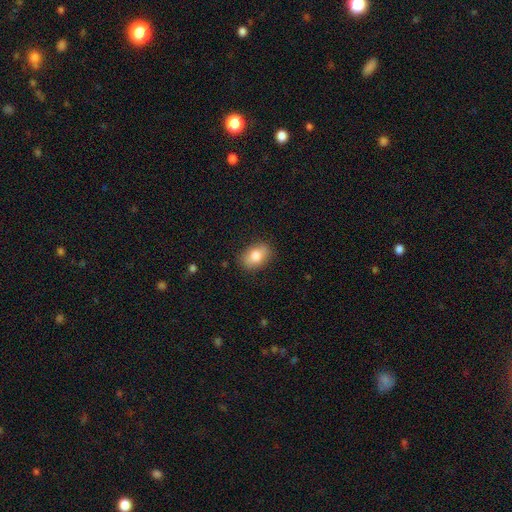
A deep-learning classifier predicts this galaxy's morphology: Smooth or featured? smooth (78%)
How rounded? in between (83%)
Merging? none (83%)